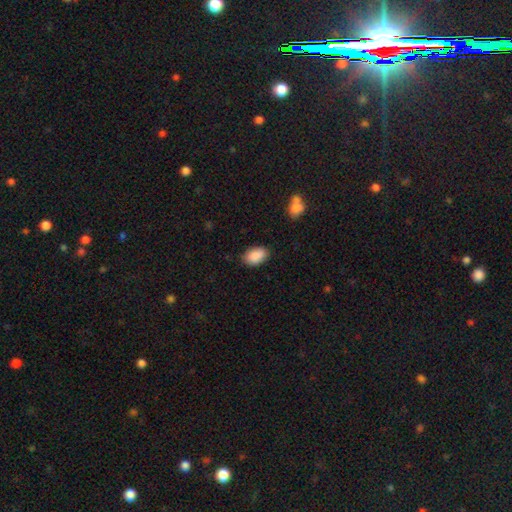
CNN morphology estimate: Q: Smooth or featured?
A: smooth (90%); runner-up: star or artifact (7%)
Q: How rounded?
A: in between (92%); runner-up: round (7%)
Q: Merging?
A: none (84%); runner-up: minor disturbance (12%)